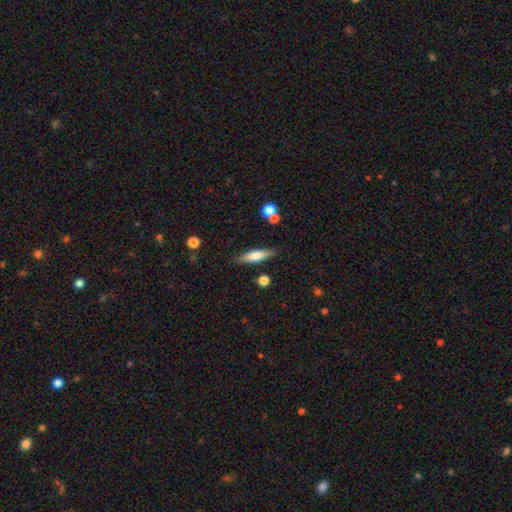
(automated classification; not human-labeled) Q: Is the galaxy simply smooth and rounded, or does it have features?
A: smooth — 64%.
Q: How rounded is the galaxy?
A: cigar-shaped — 72%.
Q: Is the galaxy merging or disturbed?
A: none — 82%.